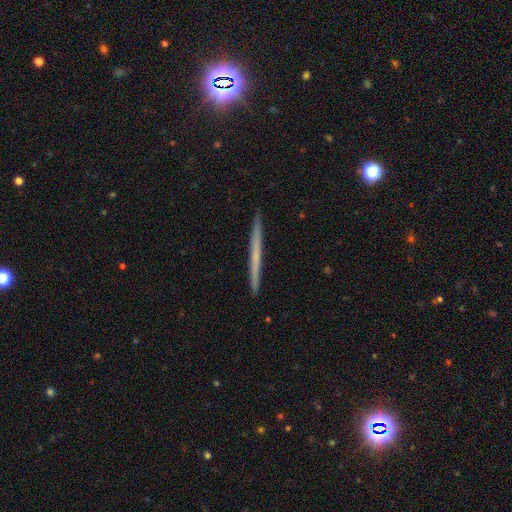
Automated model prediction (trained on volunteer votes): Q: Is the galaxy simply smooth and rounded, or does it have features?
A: featured or disk — 49%.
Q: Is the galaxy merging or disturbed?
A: none — 93%.